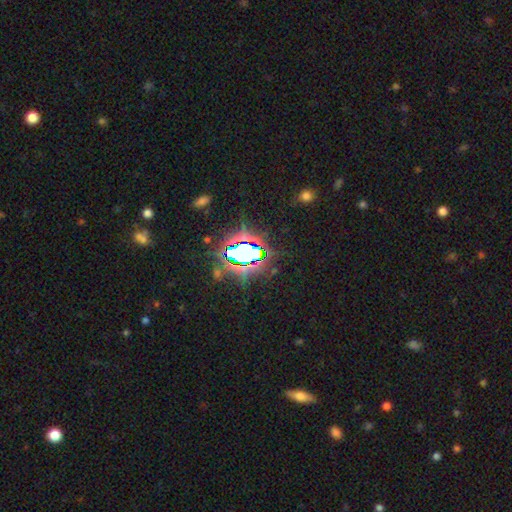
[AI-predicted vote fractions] smooth_or_featured: star or artifact (p=0.80) [alt: smooth p=0.12]